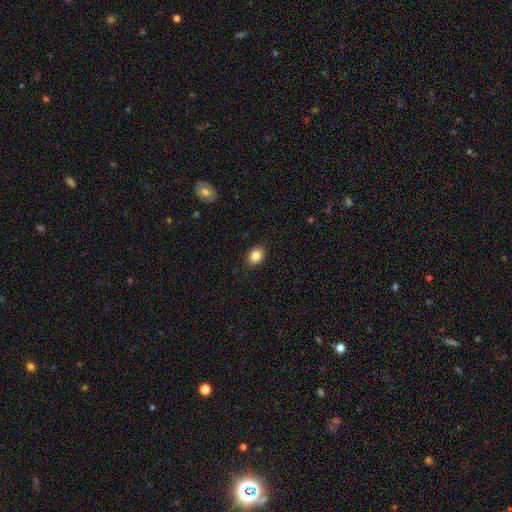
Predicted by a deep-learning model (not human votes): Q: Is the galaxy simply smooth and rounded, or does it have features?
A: smooth — 85%.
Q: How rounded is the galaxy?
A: in between — 61%.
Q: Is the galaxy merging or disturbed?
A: none — 88%.